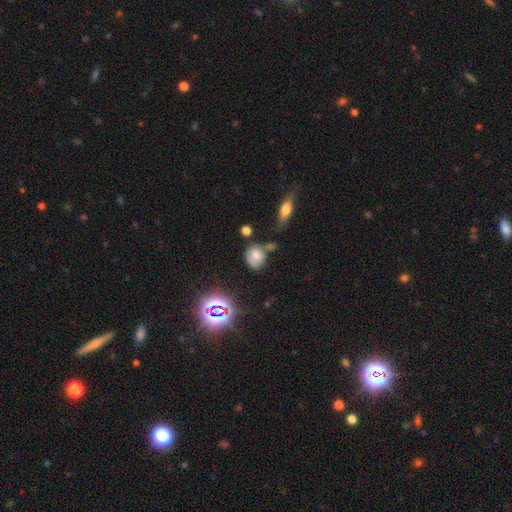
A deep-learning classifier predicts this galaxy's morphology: Q: Smooth or featured?
A: smooth (67%); runner-up: star or artifact (18%)
Q: How rounded?
A: round (55%); runner-up: in between (43%)
Q: Merging?
A: none (54%); runner-up: minor disturbance (24%)